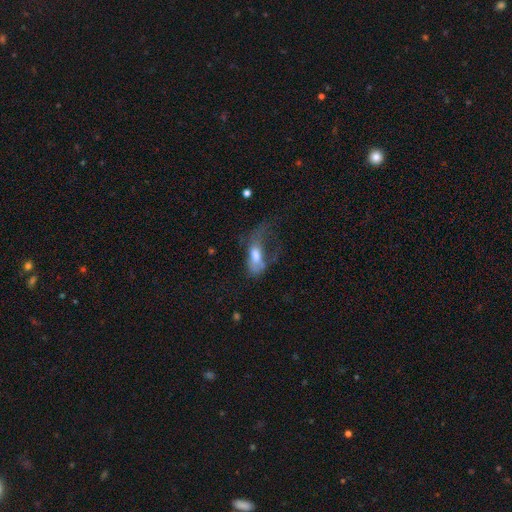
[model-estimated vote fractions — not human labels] smooth_or_featured: smooth (p=0.55) [alt: featured or disk p=0.36]
how_rounded: in between (p=0.80) [alt: cigar-shaped p=0.14]
merging: major disturbance (p=0.62) [alt: none p=0.16]